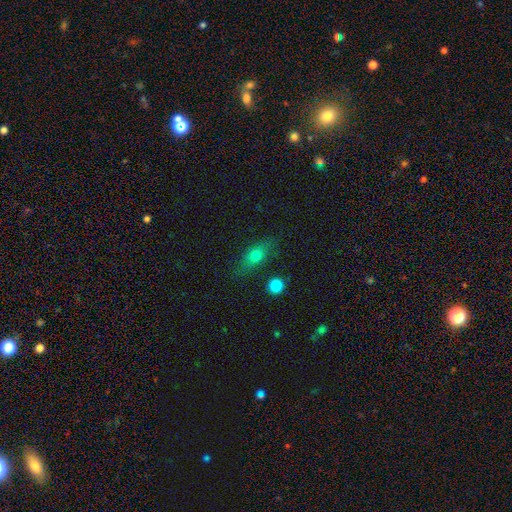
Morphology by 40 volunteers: Smooth or featured: smooth — 52% (featured or disk — 35%)
How rounded: in between — 62% (cigar-shaped — 33%)
Merging: none — 83% (minor disturbance — 14%)